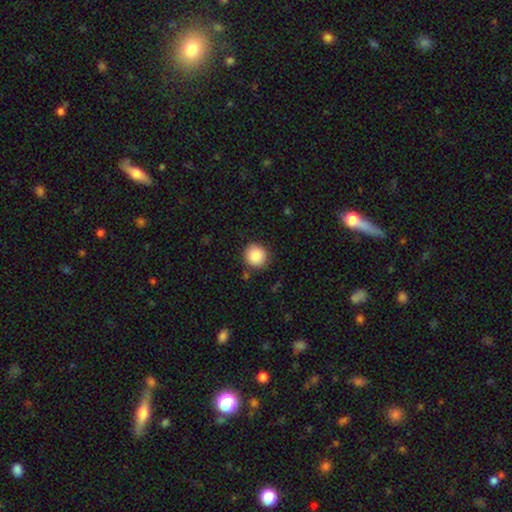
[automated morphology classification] A smooth galaxy with no disk features (87%) that is round (91%). Merging: none (87%).